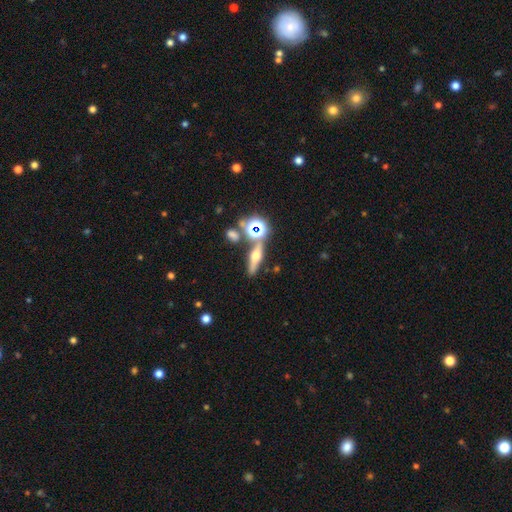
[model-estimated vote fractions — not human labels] A featured or disk galaxy (46%).

Vote fractions:
- Smooth or featured? featured or disk: 46% / smooth: 34% / star or artifact: 20%
- Merging? none: 72% / merger: 14% / minor disturbance: 10% / major disturbance: 4%